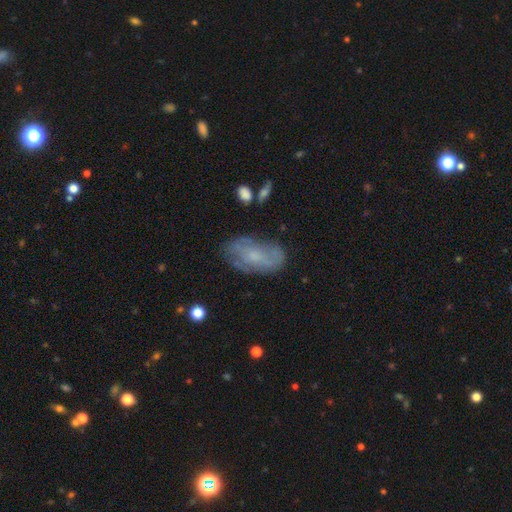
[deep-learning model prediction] A featured or disk galaxy (49%). Merging: none (68%).